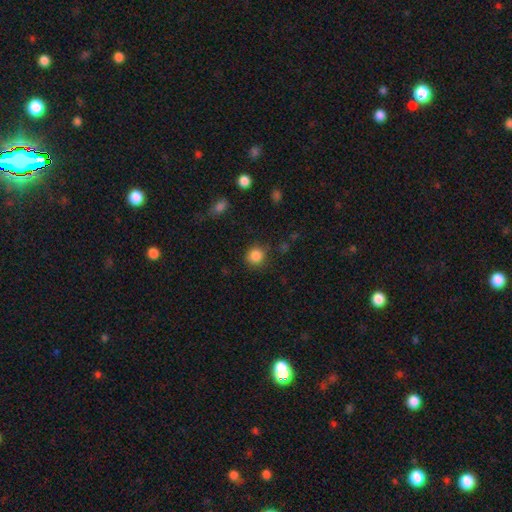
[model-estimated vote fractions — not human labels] Smooth or featured: smooth — 86% (star or artifact — 10%)
How rounded: round — 91% (in between — 8%)
Merging: none — 85% (minor disturbance — 9%)